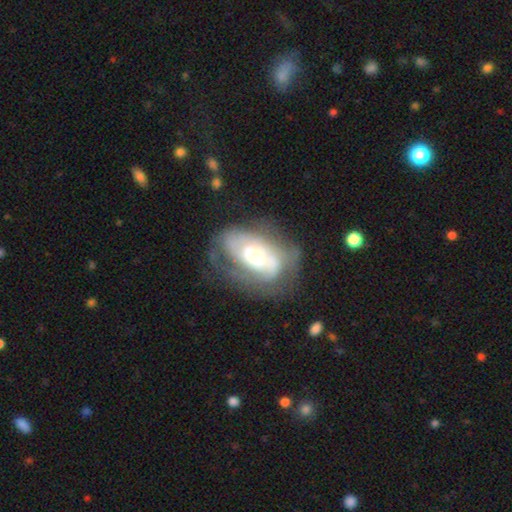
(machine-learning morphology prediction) A featured or disk galaxy (69%) with no bar (59%), spiral arms (75%) and a moderate central bulge (48%). Merging: none (47%).